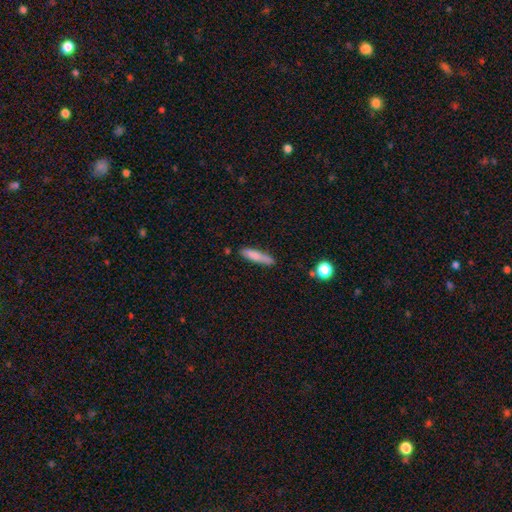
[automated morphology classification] A smooth galaxy with no disk features (78%) that is cigar-shaped (84%).

Vote fractions:
- Smooth or featured? smooth: 78% / featured or disk: 16% / star or artifact: 7%
- How rounded? cigar-shaped: 84% / in between: 14% / round: 2%
- Merging? none: 80% / minor disturbance: 14% / merger: 3% / major disturbance: 3%